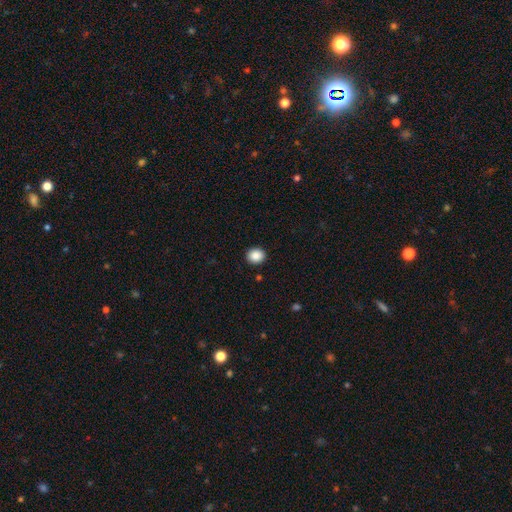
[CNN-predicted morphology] Smooth or featured?
  - smooth: 88% *
  - star or artifact: 9%
  - featured or disk: 3%
How rounded?
  - round: 80% *
  - in between: 19%
  - cigar-shaped: 1%
Merging?
  - none: 92% *
  - minor disturbance: 5%
  - major disturbance: 2%
  - merger: 1%